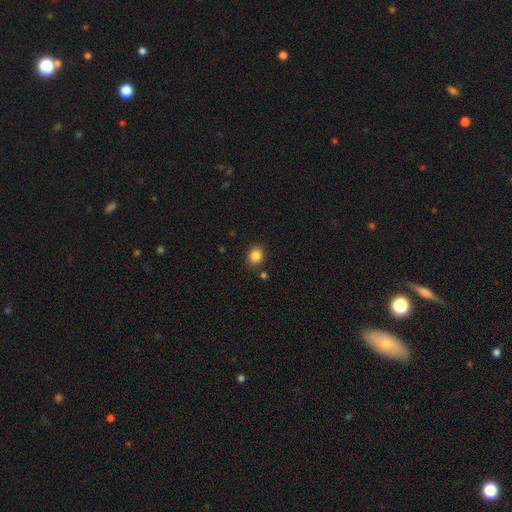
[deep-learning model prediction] Smooth or featured: smooth — 85% (star or artifact — 11%)
How rounded: round — 66% (in between — 33%)
Merging: none — 85% (minor disturbance — 9%)